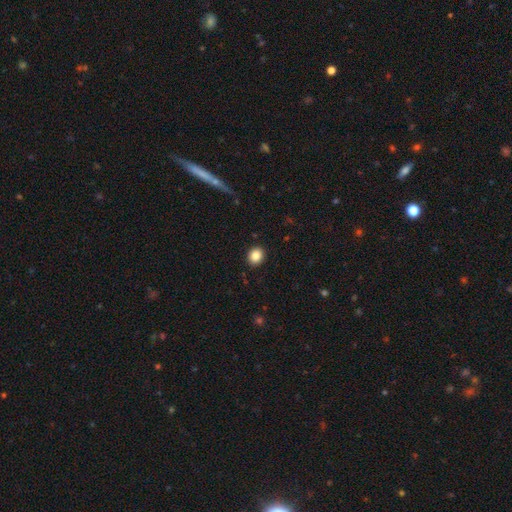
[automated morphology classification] Overall: smooth (86%). How rounded: round (72%). Merging: none (91%).